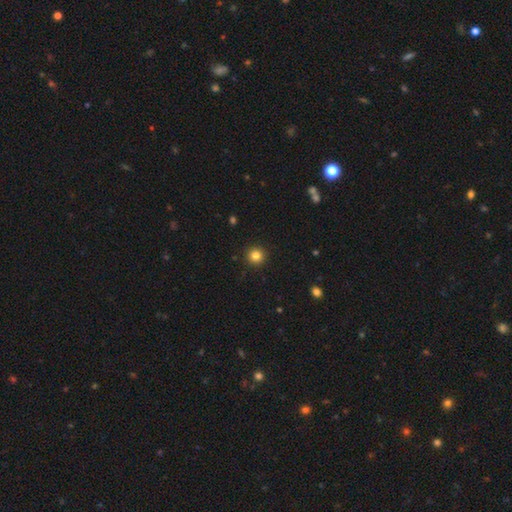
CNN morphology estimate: A smooth galaxy with no disk features (83%) that is round (96%). Merging: none (93%).